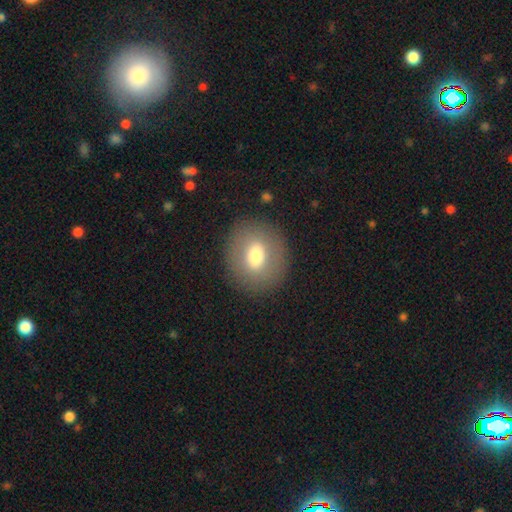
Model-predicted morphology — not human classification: This is likely a smooth galaxy (66%). How rounded: likely round (68%). Merging: clearly none (87%).